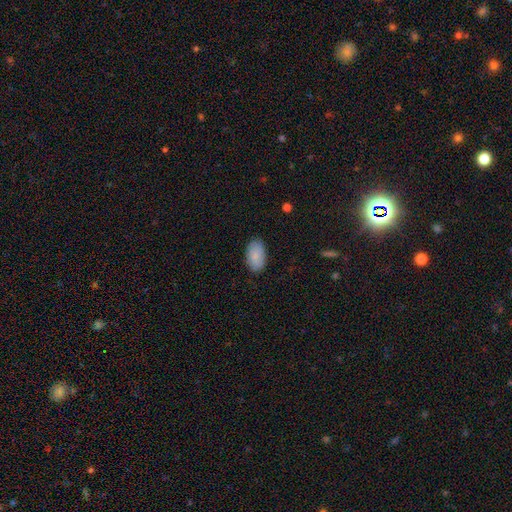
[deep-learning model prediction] A smooth galaxy with no disk features (86%) that is in between round and cigar-shaped (94%). Merging: none (85%).